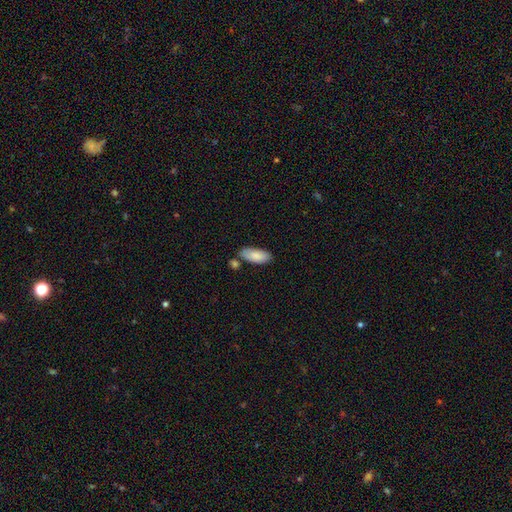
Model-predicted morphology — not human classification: This appears to be a smooth galaxy with no disk features (85%) that is in between round and cigar-shaped (85%). Merging: none (67%).